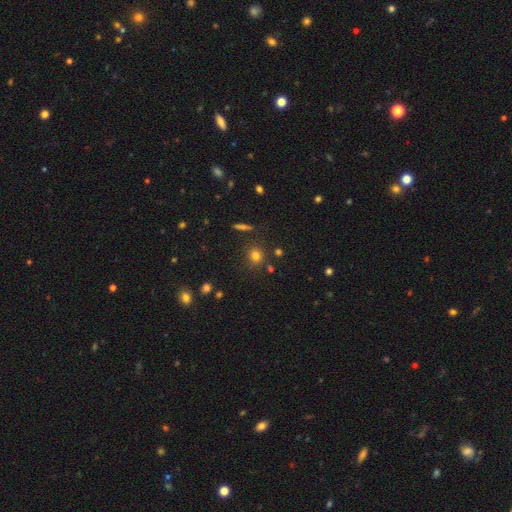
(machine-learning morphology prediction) A smooth galaxy with no disk features (76%) that is round (83%).

Vote fractions:
- Smooth or featured? smooth: 76% / star or artifact: 16% / featured or disk: 8%
- How rounded? round: 83% / in between: 15% / cigar-shaped: 2%
- Merging? none: 83% / minor disturbance: 9% / merger: 4% / major disturbance: 3%